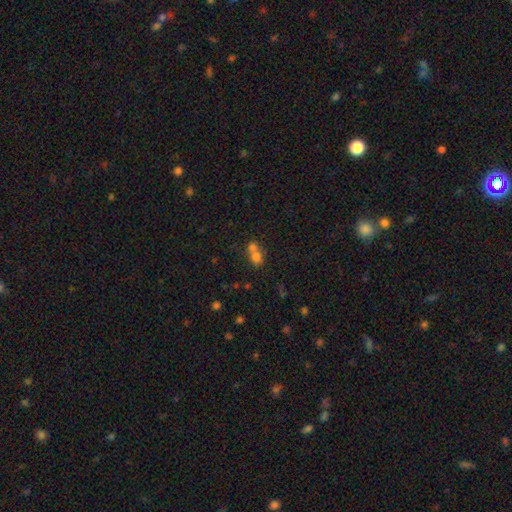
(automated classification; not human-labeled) This is likely a smooth galaxy (69%). How rounded: likely round (63%). Merging: likely merger (63%).